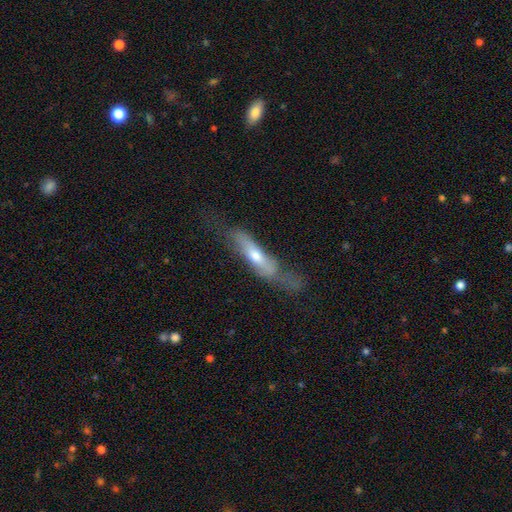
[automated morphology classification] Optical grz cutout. It shows a featured or disk galaxy (60%) viewed edge-on (63%). Merging: none (48%).